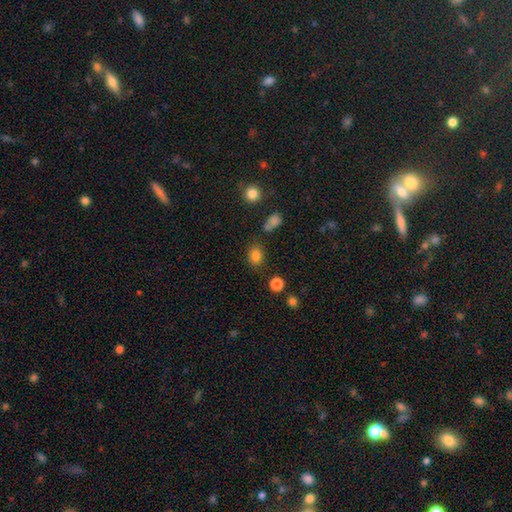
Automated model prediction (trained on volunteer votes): This is clearly a smooth galaxy (82%). How rounded: possibly in between (50%). Merging: likely none (77%).